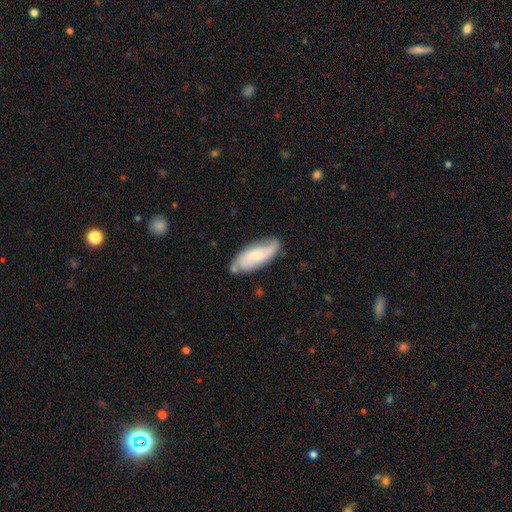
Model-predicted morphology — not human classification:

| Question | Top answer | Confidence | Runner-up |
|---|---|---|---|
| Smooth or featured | featured or disk | 53% | smooth (41%) |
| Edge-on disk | no | 89% | yes (11%) |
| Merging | none | 66% | minor disturbance (23%) |